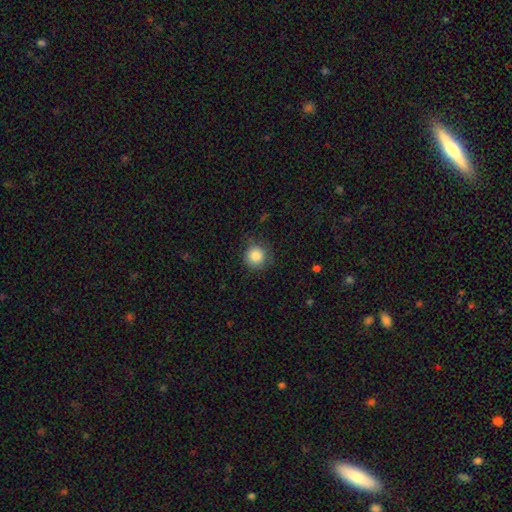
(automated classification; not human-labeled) Smooth or featured? smooth (86%)
How rounded? round (93%)
Merging? none (79%)